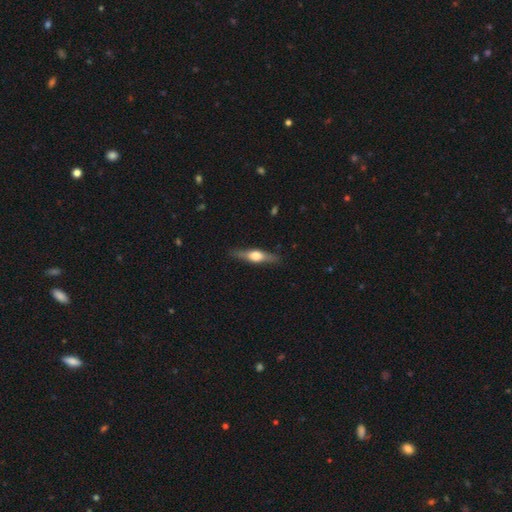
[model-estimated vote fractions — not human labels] A featured or disk galaxy (63%) viewed edge-on (95%) with a rounded central bulge (93%). Merging: none (87%).